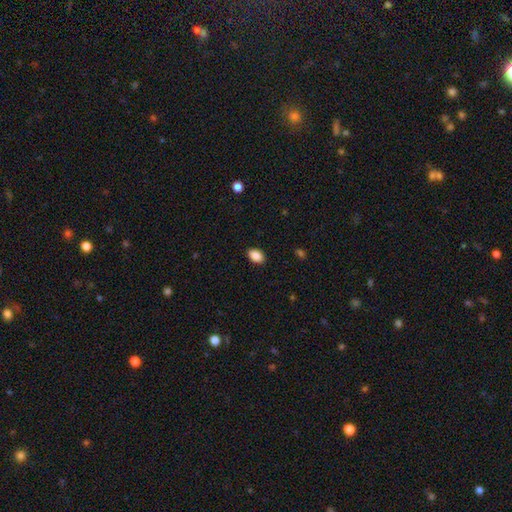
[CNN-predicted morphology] Q: Smooth or featured?
A: smooth (89%); runner-up: star or artifact (8%)
Q: How rounded?
A: in between (87%); runner-up: round (11%)
Q: Merging?
A: none (89%); runner-up: minor disturbance (8%)